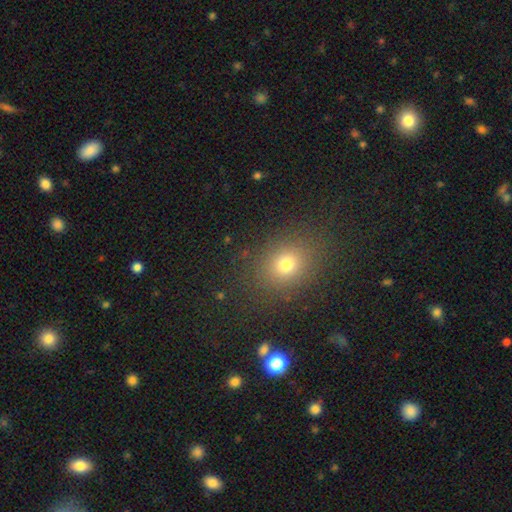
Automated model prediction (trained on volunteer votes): Overall: smooth (68%). How rounded: round (61%; in between 37%). Merging: none (89%).